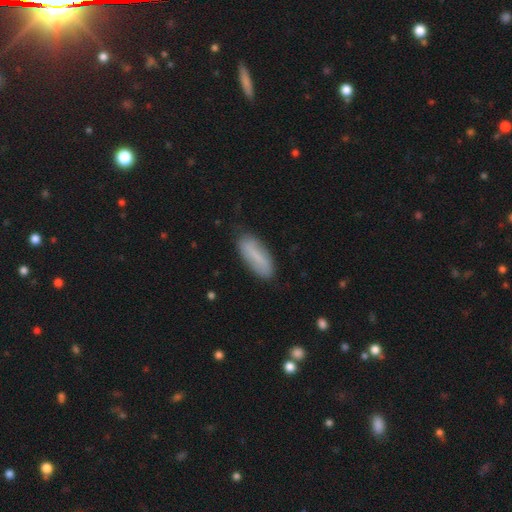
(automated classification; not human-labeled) The model was most divided on "how rounded": in between: 65%, cigar-shaped: 33%, round: 2%. More confident: merging — none (81%); smooth or featured — smooth (69%).